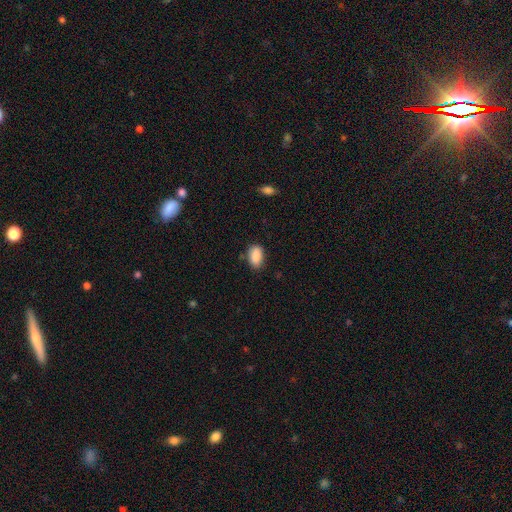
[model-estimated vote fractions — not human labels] Smooth or featured: smooth — 88% (star or artifact — 8%)
How rounded: in between — 90% (round — 8%)
Merging: none — 80% (minor disturbance — 15%)